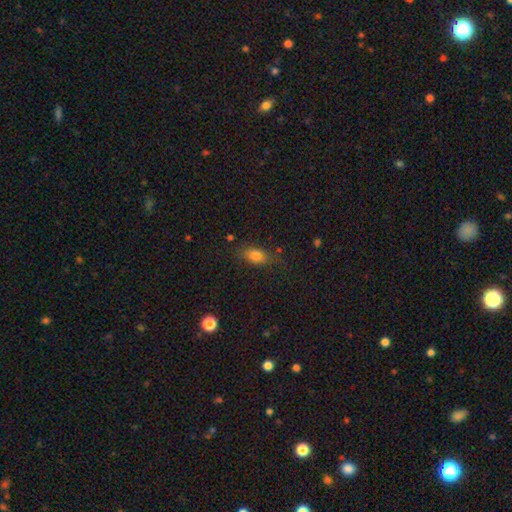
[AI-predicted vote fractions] This is likely a smooth galaxy (78%). How rounded: likely in between (78%). Merging: likely none (73%).